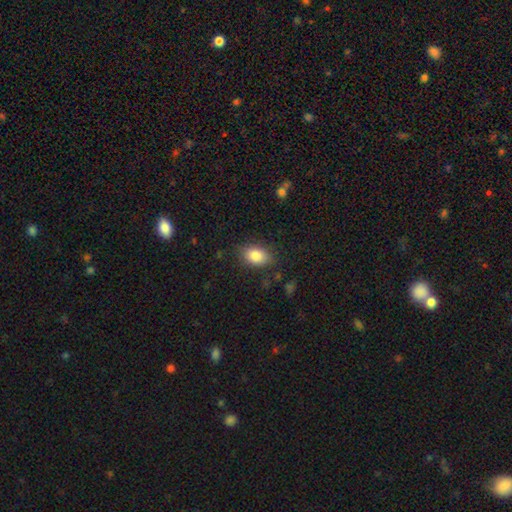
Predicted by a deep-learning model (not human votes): Smooth or featured: smooth — 85% (star or artifact — 8%)
How rounded: in between — 85% (round — 14%)
Merging: none — 82% (minor disturbance — 13%)